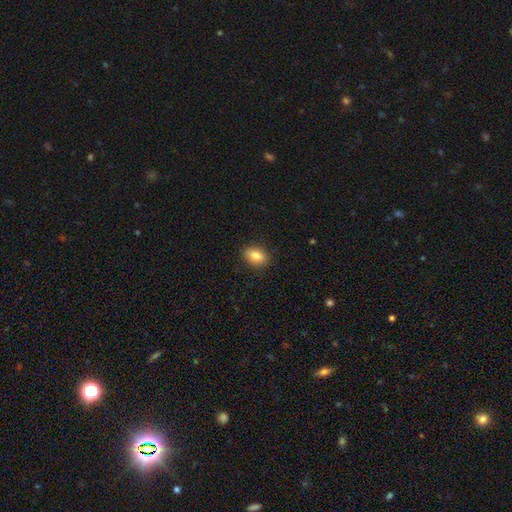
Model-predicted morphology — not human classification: Q: Smooth or featured?
A: smooth (86%); runner-up: star or artifact (8%)
Q: How rounded?
A: in between (82%); runner-up: round (15%)
Q: Merging?
A: none (88%); runner-up: minor disturbance (9%)